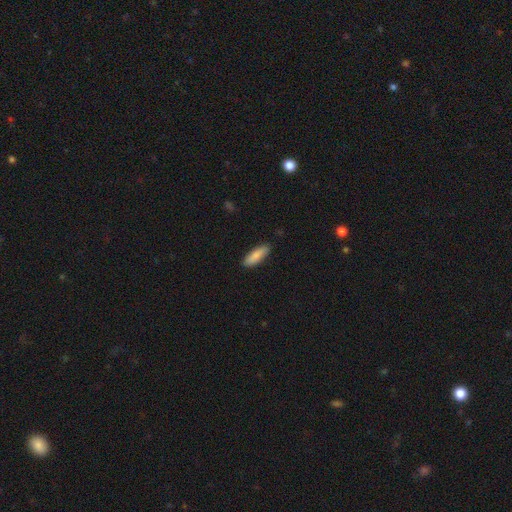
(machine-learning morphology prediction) Smooth or featured? smooth (85%)
How rounded? in between (53%)
Merging? none (88%)